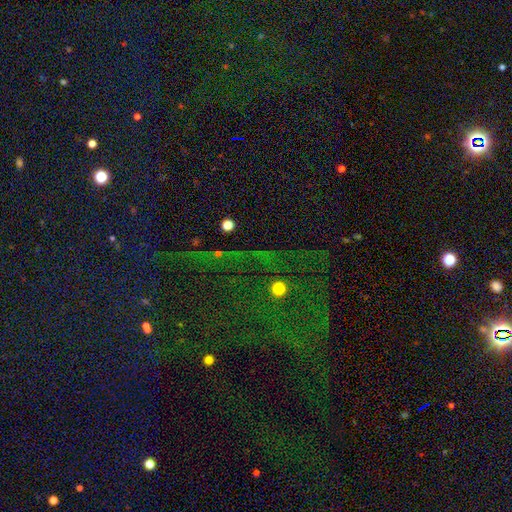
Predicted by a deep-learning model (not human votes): A star or artifact, not a galaxy (79%).

Vote fractions:
- Smooth or featured? star or artifact: 79% / smooth: 12% / featured or disk: 9%